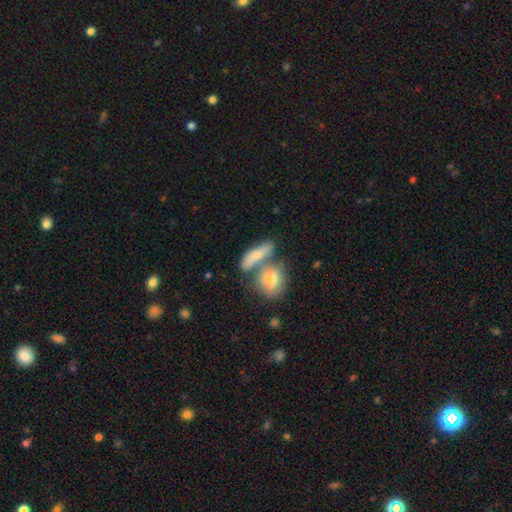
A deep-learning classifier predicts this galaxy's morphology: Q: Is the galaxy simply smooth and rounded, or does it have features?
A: smooth — 70%.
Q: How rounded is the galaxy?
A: in between — 52%.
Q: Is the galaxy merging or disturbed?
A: none — 42%.